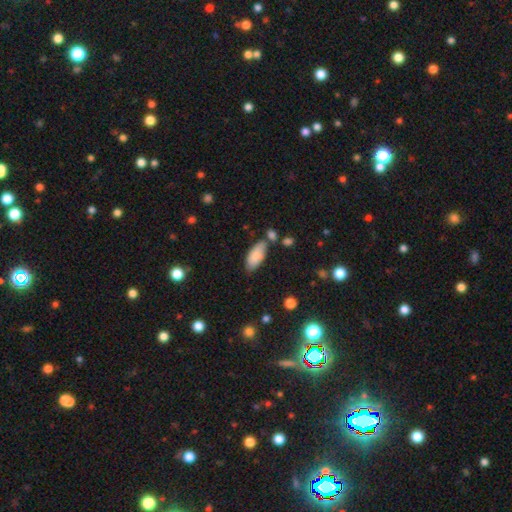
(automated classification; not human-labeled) Q: Smooth or featured?
A: smooth (83%); runner-up: featured or disk (10%)
Q: How rounded?
A: in between (86%); runner-up: cigar-shaped (12%)
Q: Merging?
A: none (63%); runner-up: minor disturbance (21%)